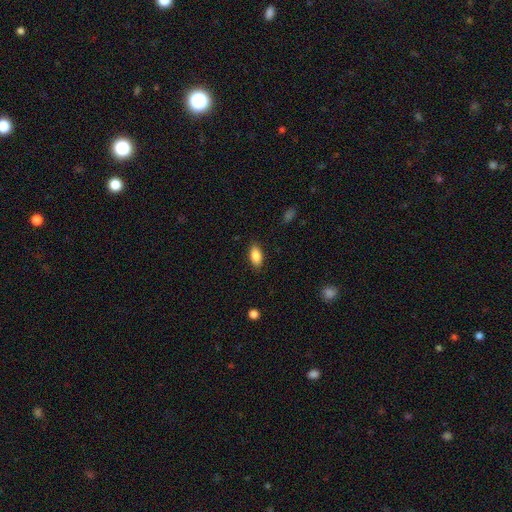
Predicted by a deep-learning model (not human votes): Smooth or featured? smooth (87%)
How rounded? in between (91%)
Merging? none (86%)